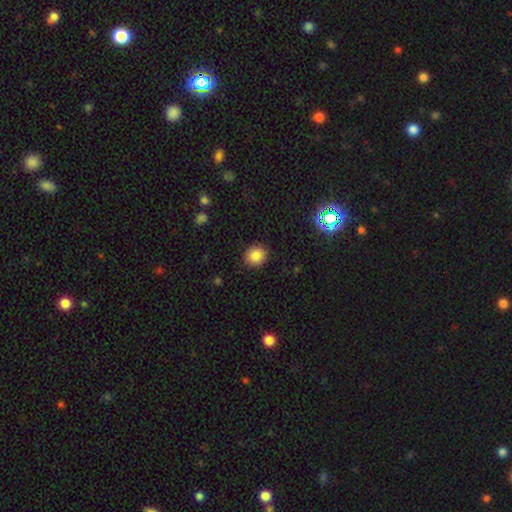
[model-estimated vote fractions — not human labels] Morphology: type=smooth (84%); roundness=round (79%); merging=none (89%).